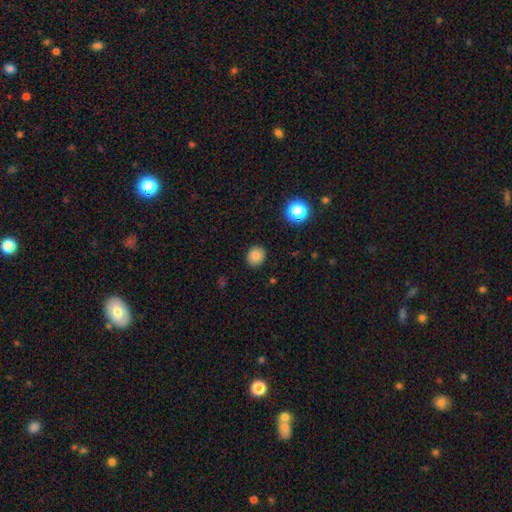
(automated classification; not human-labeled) A smooth galaxy with no disk features (83%) that is round (77%).

Vote fractions:
- Smooth or featured? smooth: 83% / star or artifact: 12% / featured or disk: 5%
- How rounded? round: 77% / in between: 22% / cigar-shaped: 1%
- Merging? none: 89% / minor disturbance: 7% / major disturbance: 2% / merger: 1%